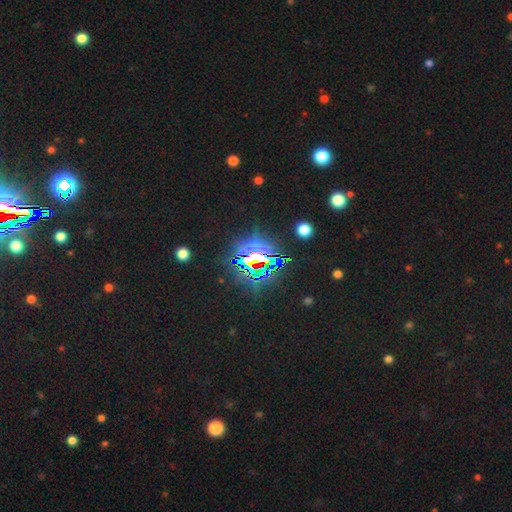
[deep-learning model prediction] This appears to be a star or artifact, not a galaxy (79%).